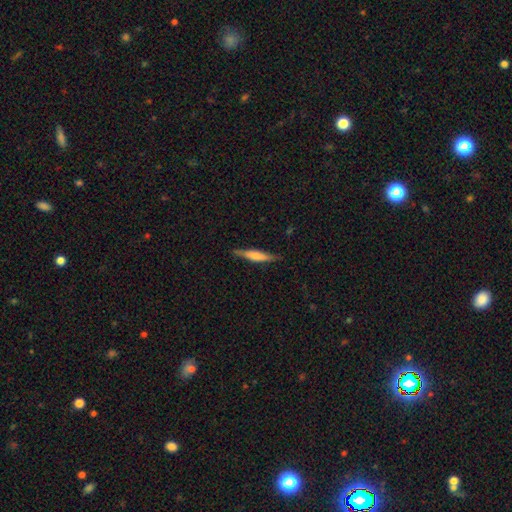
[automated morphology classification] The model was most divided on "smooth or featured": smooth: 51%, featured or disk: 43%, star or artifact: 6%. More confident: how rounded — cigar-shaped (86%); merging — none (82%).